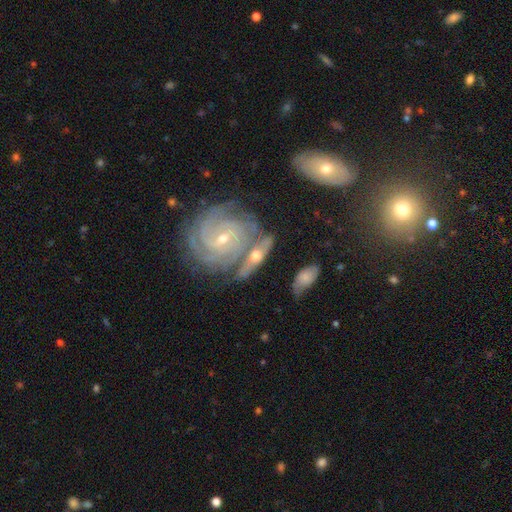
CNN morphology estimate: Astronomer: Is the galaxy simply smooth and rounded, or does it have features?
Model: featured or disk — 73%.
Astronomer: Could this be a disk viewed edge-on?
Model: no — 82%.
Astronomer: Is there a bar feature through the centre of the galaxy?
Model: no — 59%.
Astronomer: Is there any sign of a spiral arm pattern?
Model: yes — 83%.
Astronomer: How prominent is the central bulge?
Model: moderate — 57% (runner-up: small, 35%).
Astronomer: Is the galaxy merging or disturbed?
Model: none — 47% (runner-up: merger, 31%).